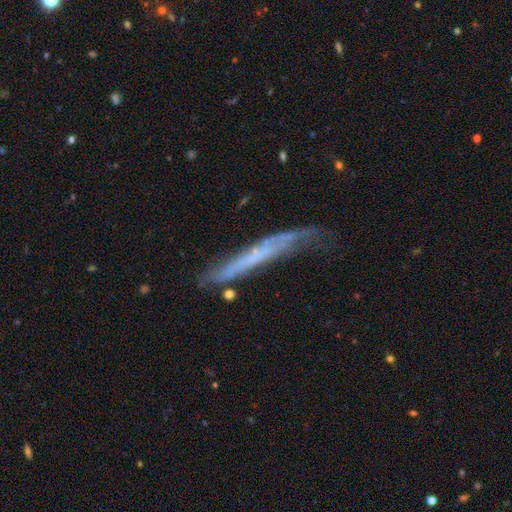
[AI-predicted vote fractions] Smooth or featured? featured or disk (56%)
Edge-on disk? yes (77%)
Merging? none (50%)